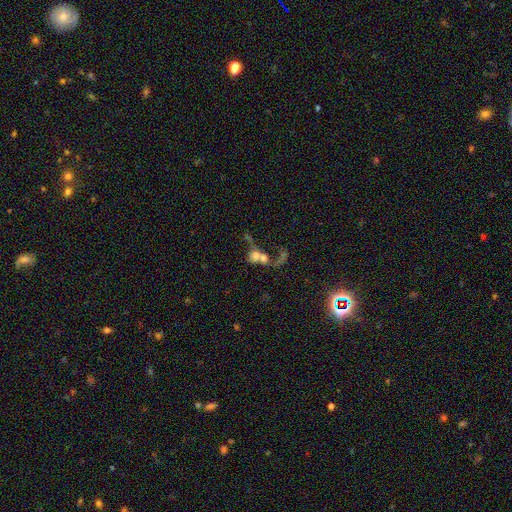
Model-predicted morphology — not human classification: Smooth or featured?
  - smooth: 51% *
  - featured or disk: 32%
  - star or artifact: 16%
How rounded?
  - round: 52% *
  - in between: 45%
  - cigar-shaped: 3%
Merging?
  - merger: 67% *
  - major disturbance: 15%
  - none: 12%
  - minor disturbance: 5%